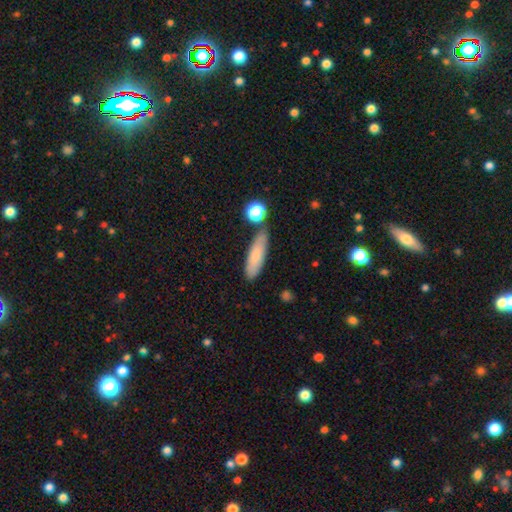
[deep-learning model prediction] smooth_or_featured: smooth (p=0.74) [alt: featured or disk p=0.19]
how_rounded: cigar-shaped (p=0.59) [alt: in between p=0.39]
merging: none (p=0.70) [alt: minor disturbance p=0.18]